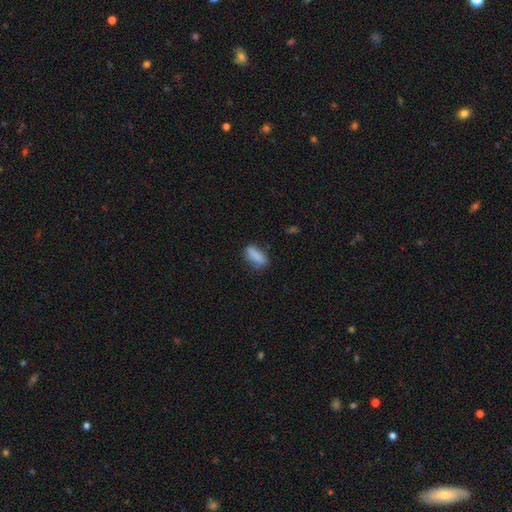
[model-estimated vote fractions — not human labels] A smooth galaxy with no disk features (83%) that is in between round and cigar-shaped (65%). Merging: none (72%).